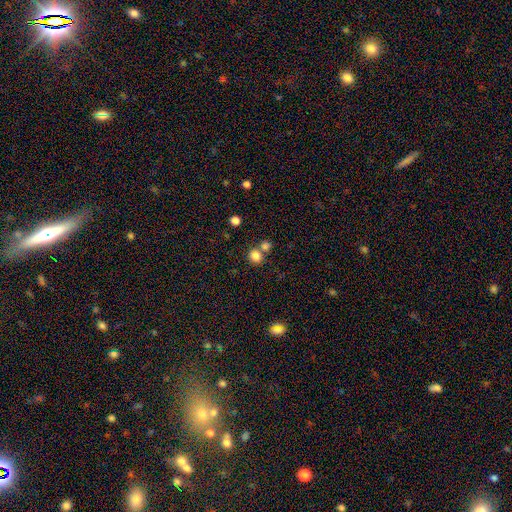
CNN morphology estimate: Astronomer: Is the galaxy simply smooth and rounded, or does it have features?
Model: smooth — 82%.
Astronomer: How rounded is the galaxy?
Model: round — 80%.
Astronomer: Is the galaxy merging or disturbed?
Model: none — 58%.